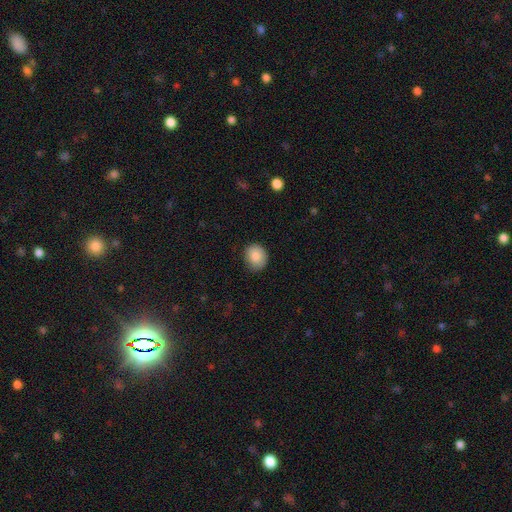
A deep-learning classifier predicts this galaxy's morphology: smooth_or_featured: smooth (p=0.86) [alt: star or artifact p=0.08]
how_rounded: round (p=0.70) [alt: in between p=0.29]
merging: none (p=0.84) [alt: minor disturbance p=0.13]